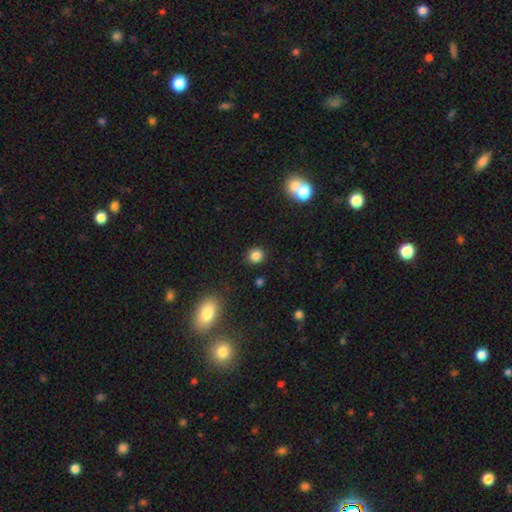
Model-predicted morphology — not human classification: The model was most divided on "smooth or featured": smooth: 83%, star or artifact: 13%, featured or disk: 4%. More confident: merging — none (89%); how rounded — round (88%).